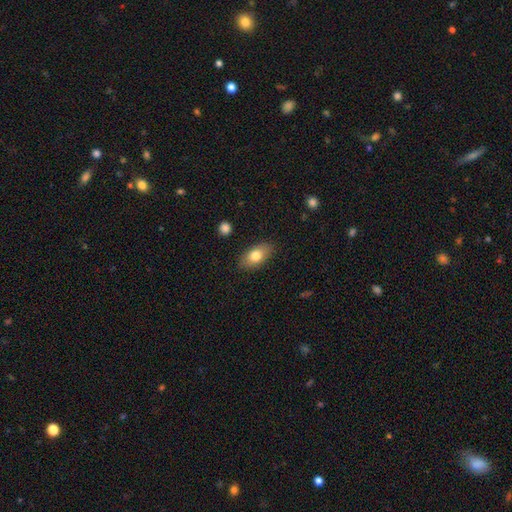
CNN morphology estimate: type=smooth (77%); roundness=in between (90%); merging=none (86%).